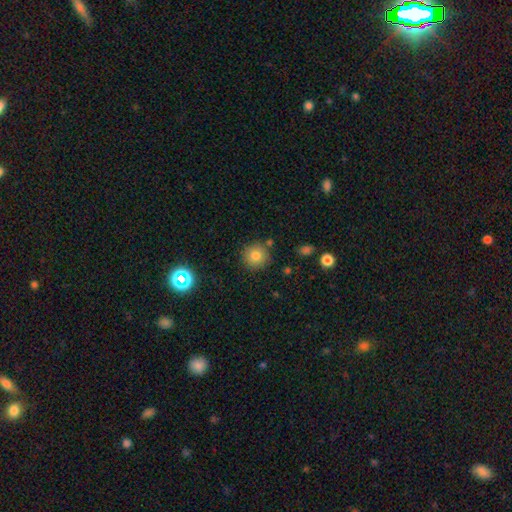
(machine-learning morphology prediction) smooth 78%, star or artifact 13%, featured or disk 8%. Down the decision tree: how rounded — round (94%); merging — none (84%).